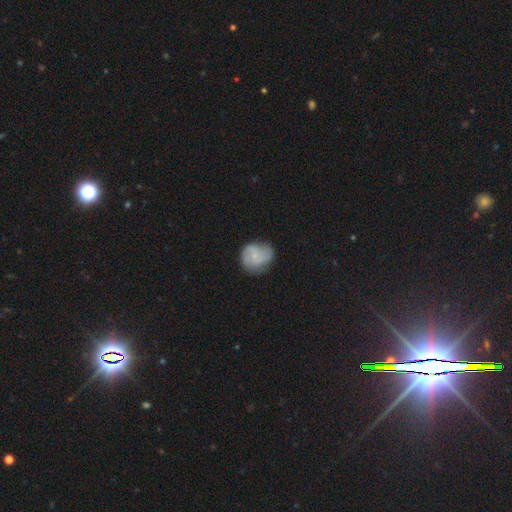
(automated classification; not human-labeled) This is possibly a featured or disk galaxy (56%). It is clearly not viewed edge-on (98%). Bar: possibly no (59%). Spiral arm pattern: clearly yes (90%). Central bulge: possibly small (57%). Merging: likely none (69%).